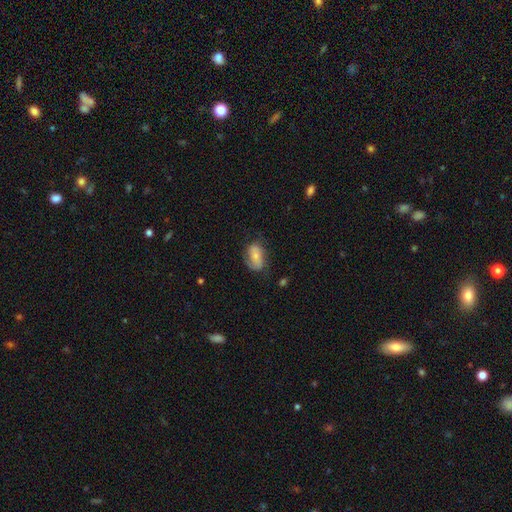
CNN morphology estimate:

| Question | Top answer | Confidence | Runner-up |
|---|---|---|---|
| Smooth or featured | smooth | 63% | featured or disk (29%) |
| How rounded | in between | 88% | round (9%) |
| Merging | none | 57% | minor disturbance (29%) |